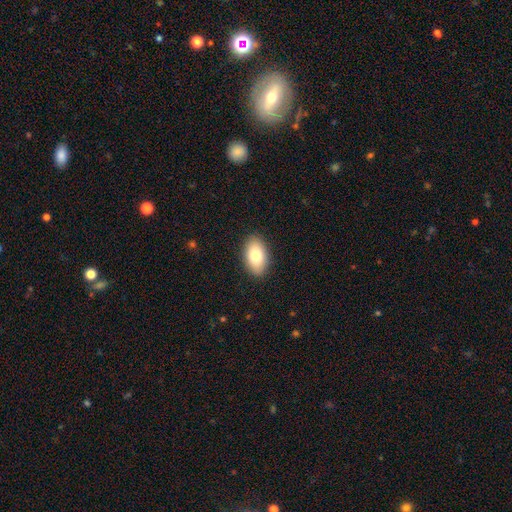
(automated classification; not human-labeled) A smooth galaxy with no disk features (79%) that is in between round and cigar-shaped (93%).

Vote fractions:
- Smooth or featured? smooth: 79% / featured or disk: 14% / star or artifact: 7%
- How rounded? in between: 93% / round: 6% / cigar-shaped: 2%
- Merging? none: 89% / minor disturbance: 8% / major disturbance: 2% / merger: 1%